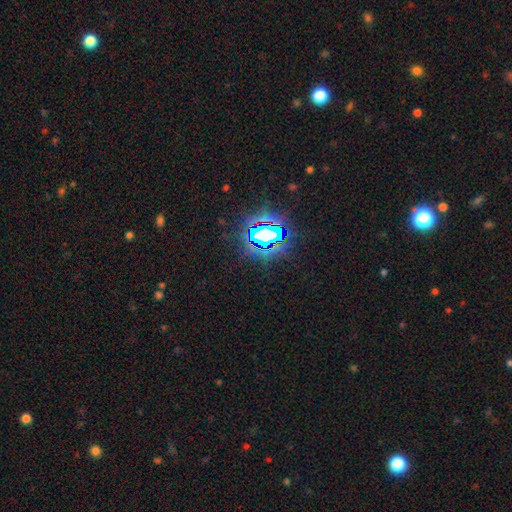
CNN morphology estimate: Smooth or featured? Predicted: star or artifact (p=0.78).